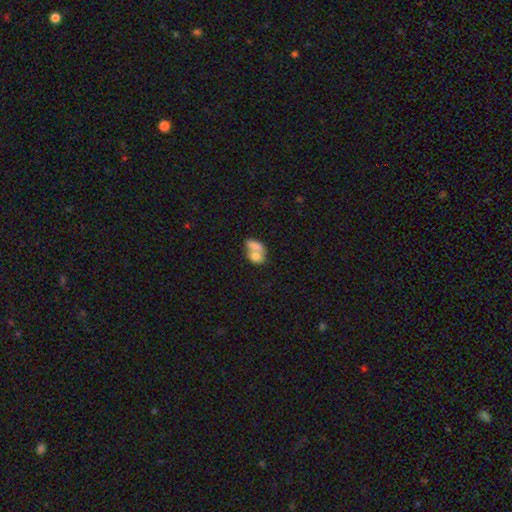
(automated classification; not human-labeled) smooth_or_featured: smooth (p=0.74) [alt: featured or disk p=0.19]
how_rounded: in between (p=0.74) [alt: round p=0.24]
merging: merger (p=0.69) [alt: none p=0.18]